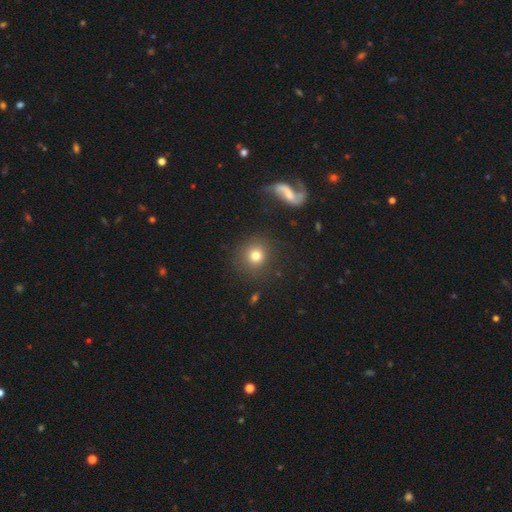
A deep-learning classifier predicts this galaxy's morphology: The model was most divided on "smooth or featured": smooth: 76%, star or artifact: 13%, featured or disk: 10%. More confident: how rounded — round (91%); merging — none (84%).